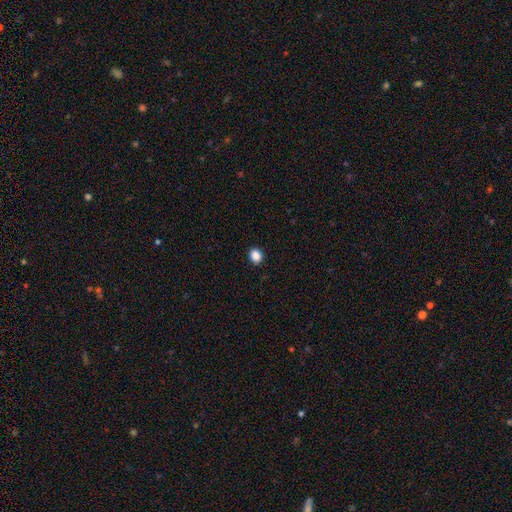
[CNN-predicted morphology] Smooth or featured?
  - smooth: 87% *
  - star or artifact: 10%
  - featured or disk: 3%
How rounded?
  - round: 66% *
  - in between: 33%
  - cigar-shaped: 1%
Merging?
  - none: 91% *
  - minor disturbance: 6%
  - major disturbance: 2%
  - merger: 1%